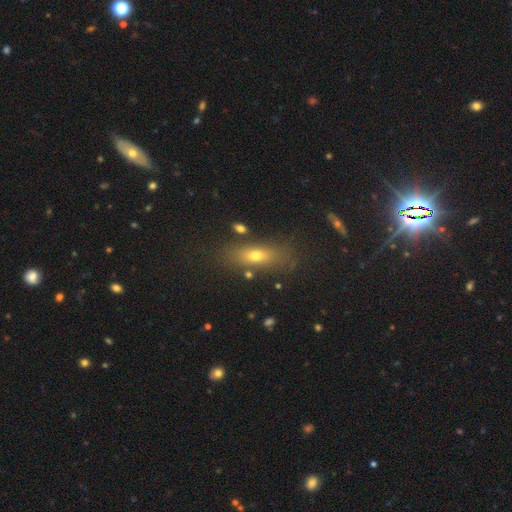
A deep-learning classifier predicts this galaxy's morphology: Smooth or featured? smooth (65%)
How rounded? in between (61%)
Merging? none (77%)